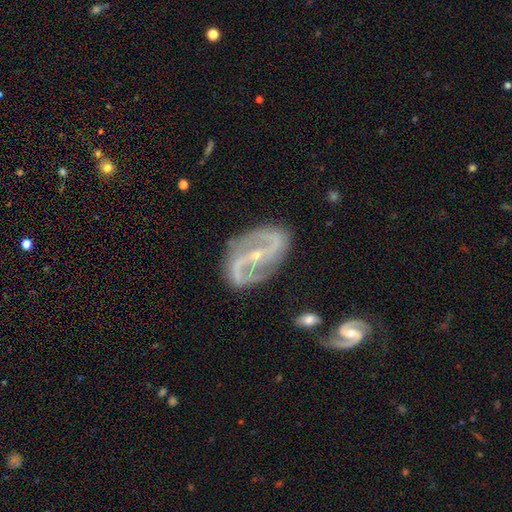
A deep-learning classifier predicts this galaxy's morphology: featured or disk 91%, star or artifact 5%, smooth 4%. Down the decision tree: edge-on disk — no (96%); bar — strong (49%); spiral arms — yes (96%); spiral arm count — 2 (92%); spiral winding — medium (45%); bulge size — small (76%); merging — none (77%).